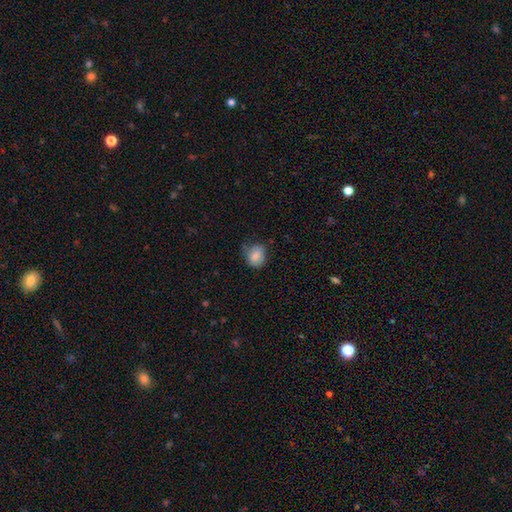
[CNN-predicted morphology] Q: Smooth or featured?
A: smooth (83%); runner-up: featured or disk (8%)
Q: How rounded?
A: round (53%); runner-up: in between (46%)
Q: Merging?
A: none (63%); runner-up: minor disturbance (28%)